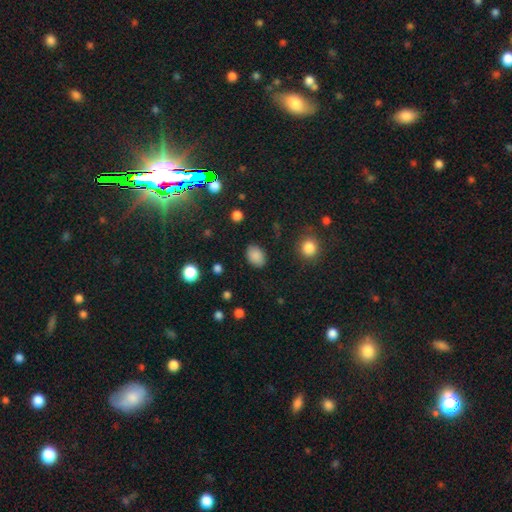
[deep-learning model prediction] A smooth galaxy with no disk features (86%) that is in between round and cigar-shaped (80%). Merging: none (85%).